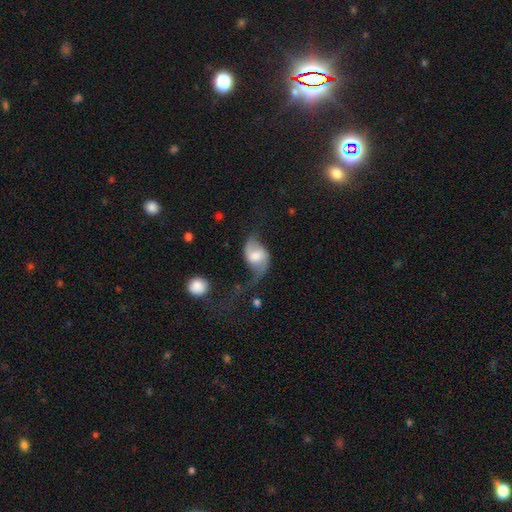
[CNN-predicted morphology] smooth-or-featured: featured or disk: 69% | smooth: 24% | star or artifact: 7%
  disk-edge-on: no: 97% | yes: 3%
    bar: weak: 45% | no: 41% | strong: 14%
    has-spiral-arms: yes: 90% | no: 10%
      spiral-winding: loose: 75% | medium: 19% | tight: 5%
      spiral-arm-count: 2: 87% | 1: 6% | can't tell: 3% | 3: 1% | 4: 1% | more than 4: 1%
    bulge-size: moderate: 41% | large: 29% | small: 15% | none: 10% | dominant: 6%
  merging: none: 39% | major disturbance: 34% | minor disturbance: 22% | merger: 5%